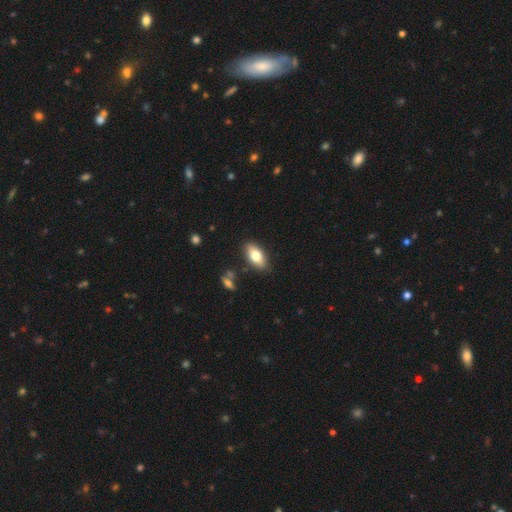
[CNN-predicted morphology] This is likely a smooth galaxy (76%). How rounded: clearly in between (89%). Merging: clearly none (85%).